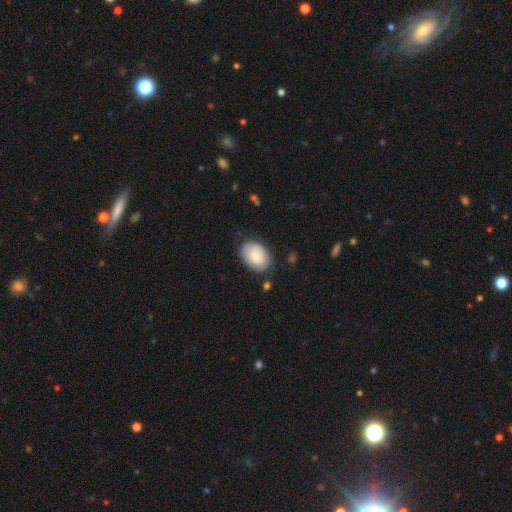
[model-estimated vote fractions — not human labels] A smooth galaxy with no disk features (79%) that is in between round and cigar-shaped (80%).

Vote fractions:
- Smooth or featured? smooth: 79% / featured or disk: 15% / star or artifact: 6%
- How rounded? in between: 80% / round: 19% / cigar-shaped: 1%
- Merging? none: 73% / minor disturbance: 20% / major disturbance: 5% / merger: 2%